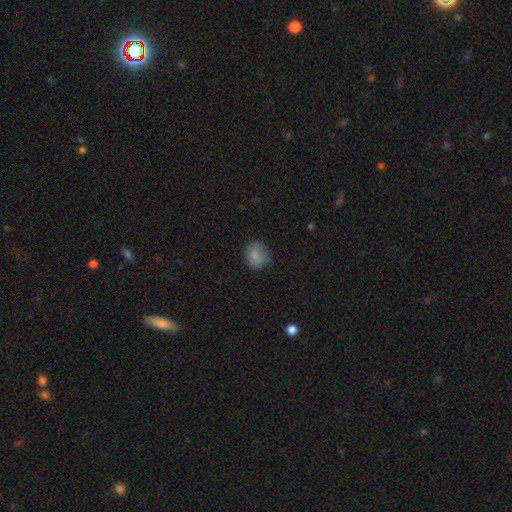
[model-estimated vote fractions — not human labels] Smooth or featured? smooth (84%)
How rounded? round (71%)
Merging? none (74%)